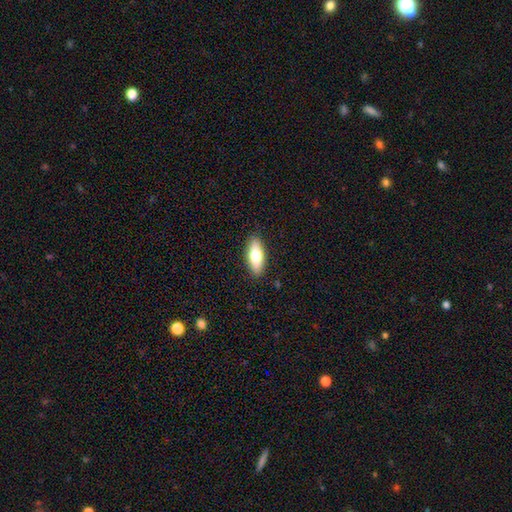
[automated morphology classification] Q: Smooth or featured?
A: smooth (71%); runner-up: featured or disk (23%)
Q: How rounded?
A: in between (68%); runner-up: cigar-shaped (30%)
Q: Merging?
A: none (89%); runner-up: minor disturbance (8%)